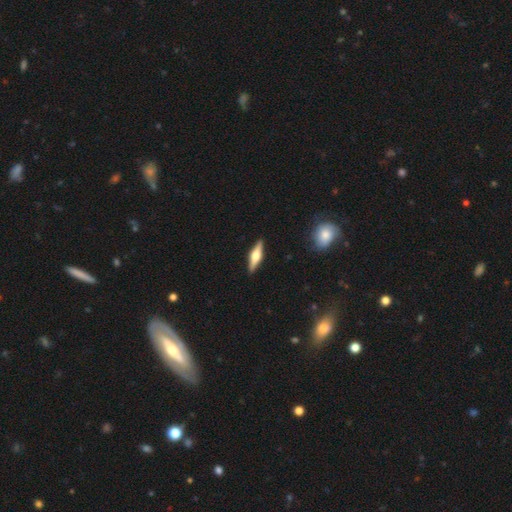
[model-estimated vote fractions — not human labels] smooth_or_featured: featured or disk (p=0.65) [alt: smooth p=0.30]
disk_edge_on: yes (p=0.97) [alt: no p=0.03]
edge_on_bulge: rounded (p=0.92) [alt: boxy p=0.06]
merging: none (p=0.91) [alt: minor disturbance p=0.07]